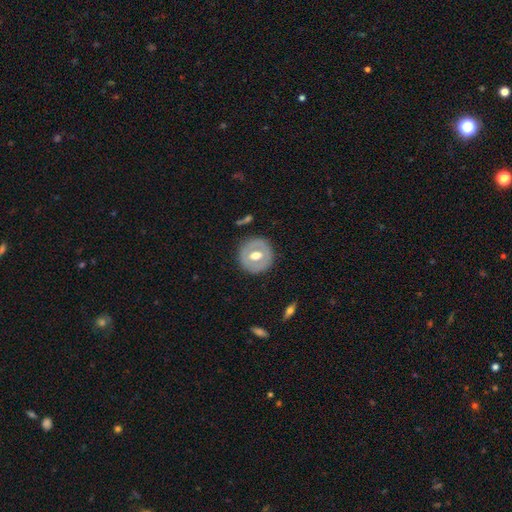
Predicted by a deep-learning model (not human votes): Smooth or featured? featured or disk (50%)
Edge-on disk? no (93%)
Merging? none (86%)